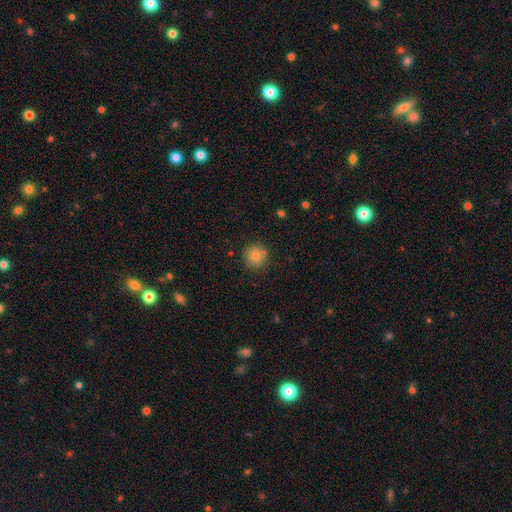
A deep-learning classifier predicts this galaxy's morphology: Smooth or featured? smooth (82%)
How rounded? round (94%)
Merging? none (87%)